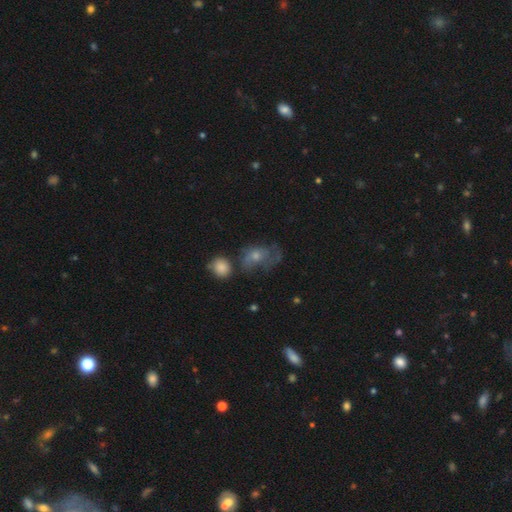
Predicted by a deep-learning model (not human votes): Smooth or featured? Predicted: featured or disk (p=0.44). Merging? Predicted: none (p=0.43).